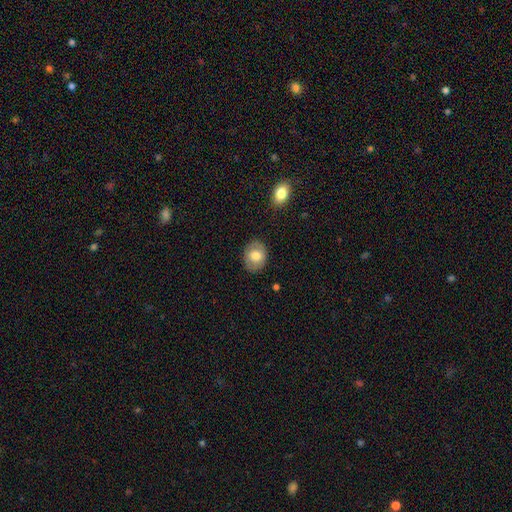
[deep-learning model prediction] The model was most divided on "how rounded": in between: 54%, round: 45%, cigar-shaped: 1%. More confident: merging — none (85%); smooth or featured — smooth (74%).